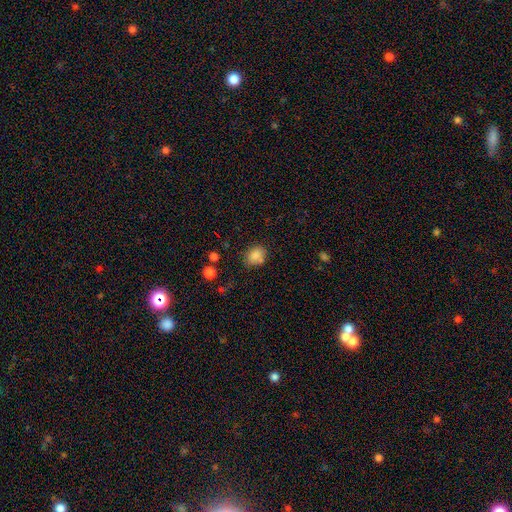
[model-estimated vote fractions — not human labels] Smooth or featured? Predicted: smooth (p=0.83). How rounded? Predicted: in between (p=0.50). Merging? Predicted: none (p=0.67).